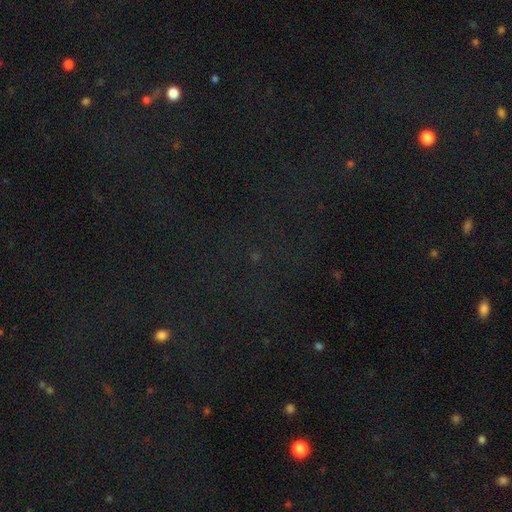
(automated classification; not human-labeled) Q: Smooth or featured?
A: star or artifact (77%); runner-up: smooth (14%)